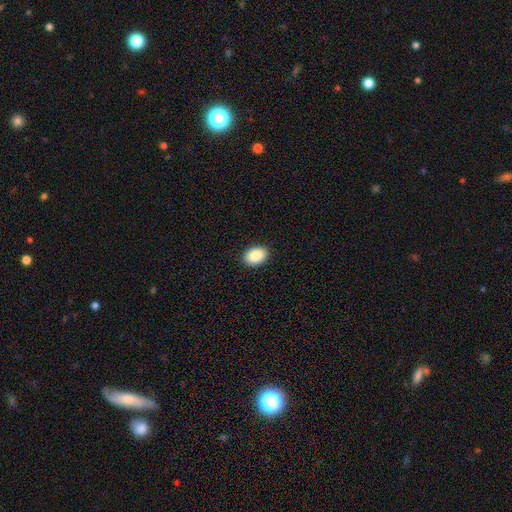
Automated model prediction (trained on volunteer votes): The model was most divided on "how rounded": in between: 81%, round: 18%, cigar-shaped: 1%. More confident: merging — none (91%); smooth or featured — smooth (89%).